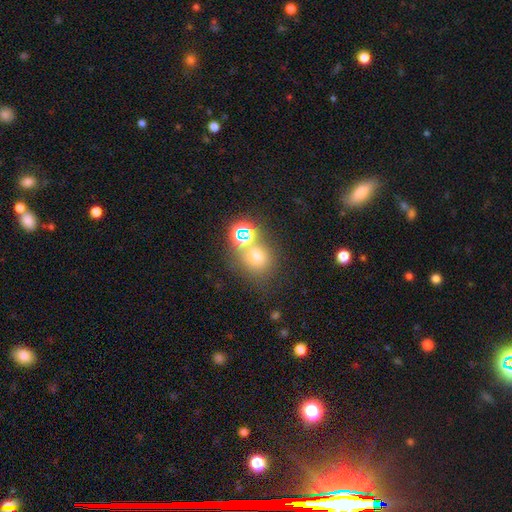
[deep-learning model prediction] A smooth galaxy with no disk features (64%) that is round (76%). Merging: none (56%).